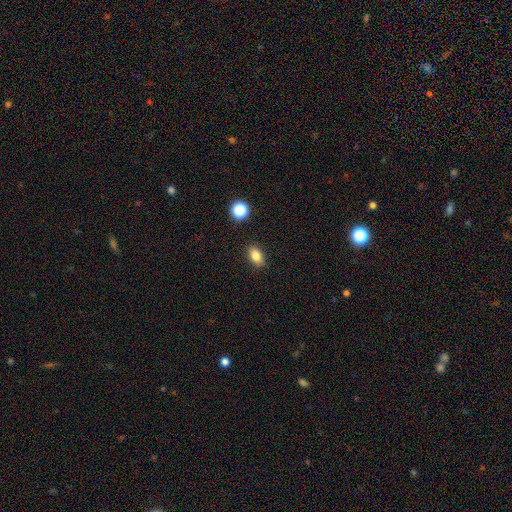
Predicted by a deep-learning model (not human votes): Smooth or featured? Predicted: smooth (p=0.83). How rounded? Predicted: in between (p=0.84). Merging? Predicted: none (p=0.87).